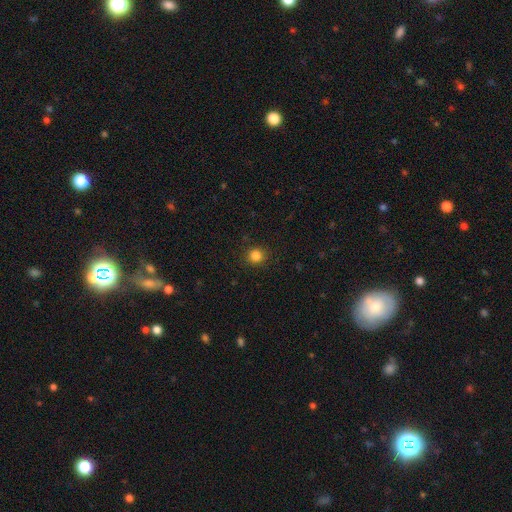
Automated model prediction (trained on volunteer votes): The model was most divided on "smooth or featured": smooth: 84%, star or artifact: 13%, featured or disk: 4%. More confident: how rounded — round (91%); merging — none (90%).